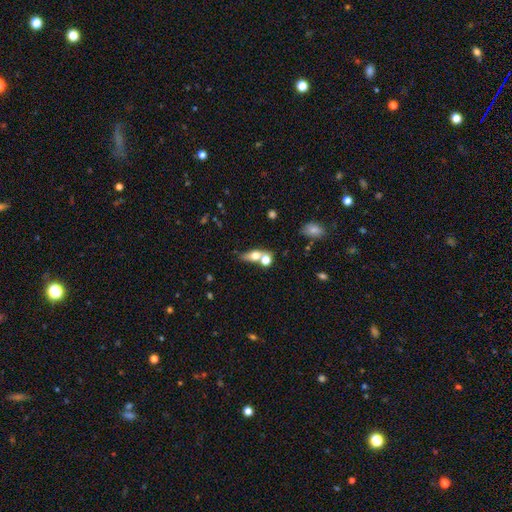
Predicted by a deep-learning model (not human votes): A smooth galaxy with no disk features (67%) that is in between round and cigar-shaped (59%). Merging: merger (42%).